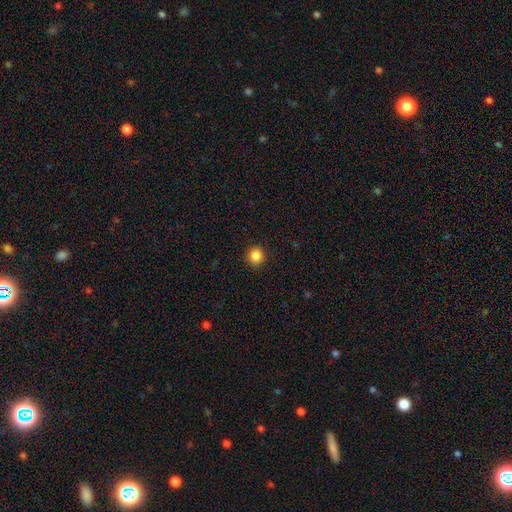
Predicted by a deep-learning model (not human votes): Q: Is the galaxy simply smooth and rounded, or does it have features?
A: smooth — 86%.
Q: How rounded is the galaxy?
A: round — 93%.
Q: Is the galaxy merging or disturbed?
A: none — 92%.